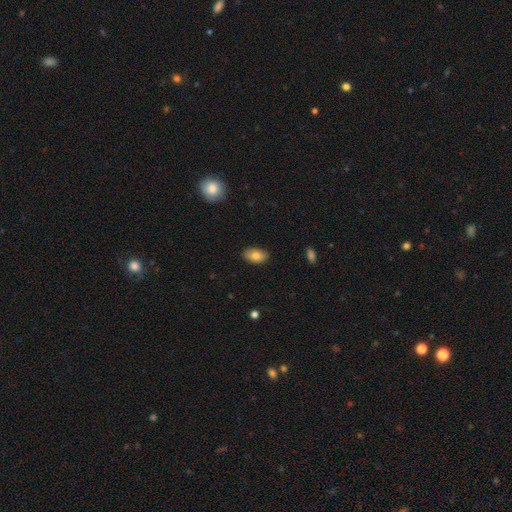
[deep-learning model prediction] Overall: smooth (81%). How rounded: in between (93%). Merging: none (86%).